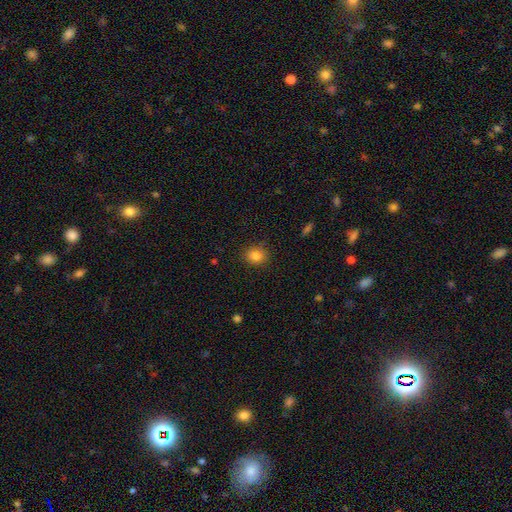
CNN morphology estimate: Smooth or featured? Predicted: smooth (p=0.84). How rounded? Predicted: round (p=0.74). Merging? Predicted: none (p=0.87).